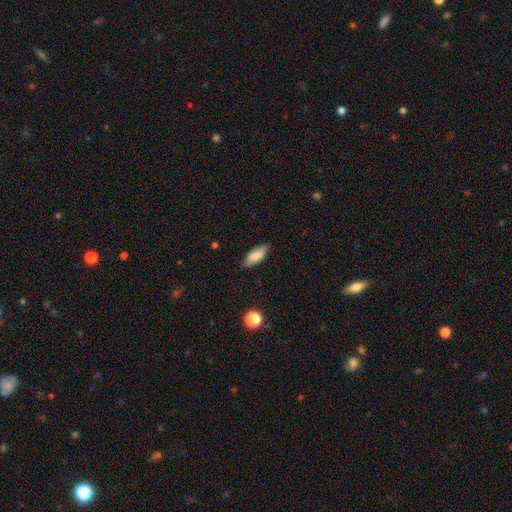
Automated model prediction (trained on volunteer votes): This appears to be a smooth galaxy with no disk features (79%) that is in between round and cigar-shaped (79%). Merging: none (80%).